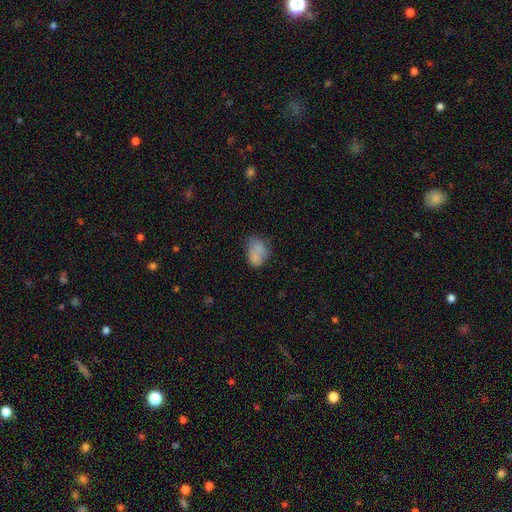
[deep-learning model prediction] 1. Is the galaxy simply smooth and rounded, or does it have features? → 78% smooth, 12% featured or disk, 11% star or artifact.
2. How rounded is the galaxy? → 84% in between, 14% round, 2% cigar-shaped.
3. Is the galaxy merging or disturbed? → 47% none, 31% minor disturbance, 14% major disturbance, 7% merger.